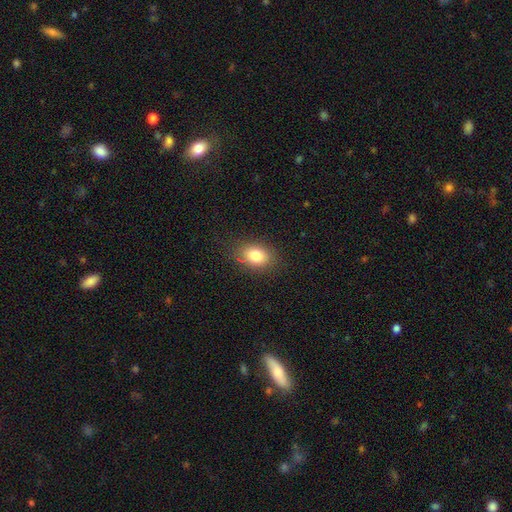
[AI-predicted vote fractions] A smooth galaxy with no disk features (81%) that is in between round and cigar-shaped (71%). Merging: none (83%).